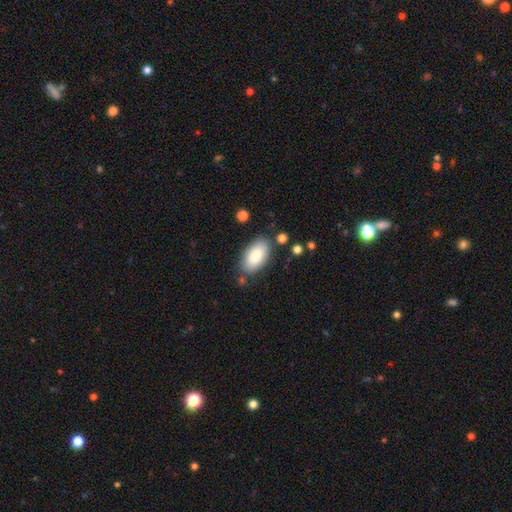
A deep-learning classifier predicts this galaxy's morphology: type=smooth (86%); roundness=in between (94%); merging=none (79%).